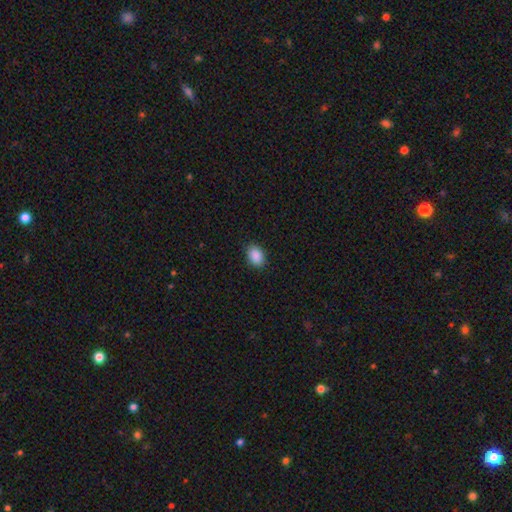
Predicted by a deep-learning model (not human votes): The model was most divided on "how rounded": in between: 80%, round: 19%, cigar-shaped: 1%. More confident: smooth or featured — smooth (89%); merging — none (89%).